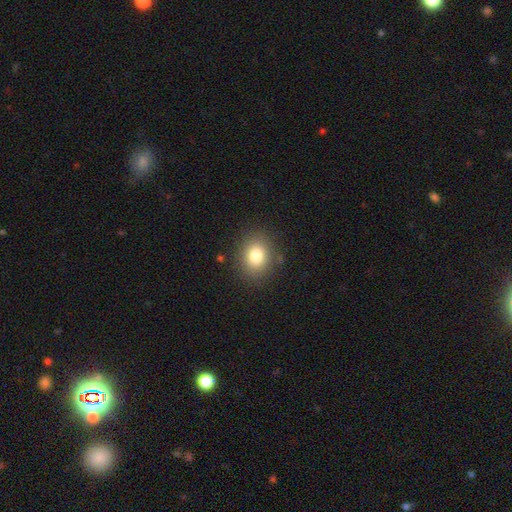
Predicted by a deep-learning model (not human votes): A smooth galaxy with no disk features (80%) that is round (52%). Merging: none (85%).